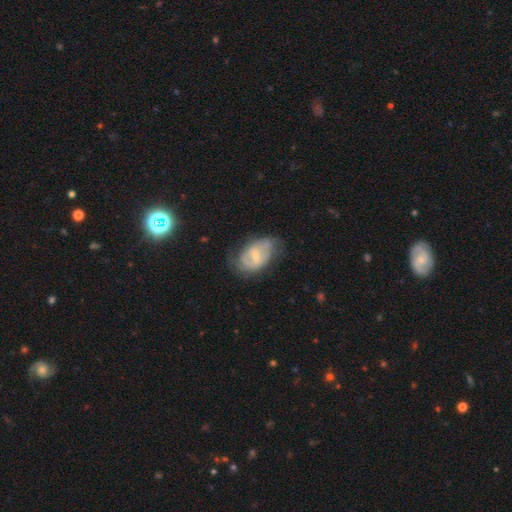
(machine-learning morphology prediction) Q: Smooth or featured?
A: featured or disk (63%); runner-up: smooth (30%)
Q: Edge-on disk?
A: no (95%); runner-up: yes (5%)
Q: Bar?
A: weak (51%); runner-up: no (31%)
Q: Spiral arms?
A: yes (67%); runner-up: no (33%)
Q: Bulge size?
A: small (58%); runner-up: moderate (35%)
Q: Merging?
A: none (52%); runner-up: minor disturbance (30%)